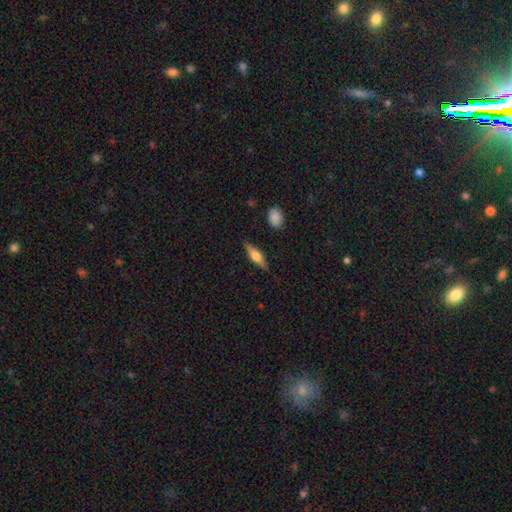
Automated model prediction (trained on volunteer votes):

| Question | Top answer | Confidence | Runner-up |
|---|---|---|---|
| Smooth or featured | featured or disk | 51% | smooth (43%) |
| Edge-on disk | yes | 94% | no (6%) |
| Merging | none | 85% | minor disturbance (11%) |